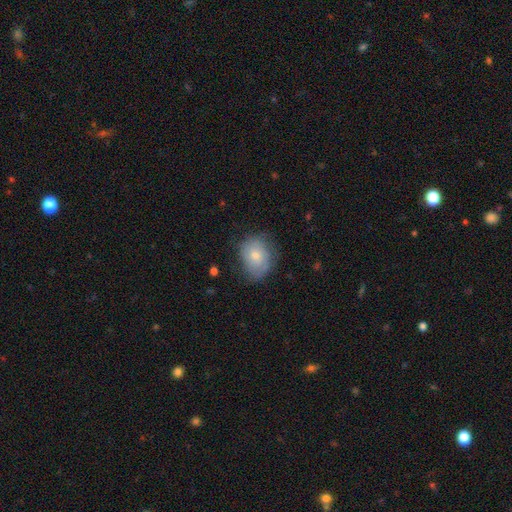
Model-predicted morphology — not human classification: The model was most divided on "how rounded": in between: 53%, round: 46%, cigar-shaped: 1%. More confident: smooth or featured — smooth (69%); merging — none (59%).